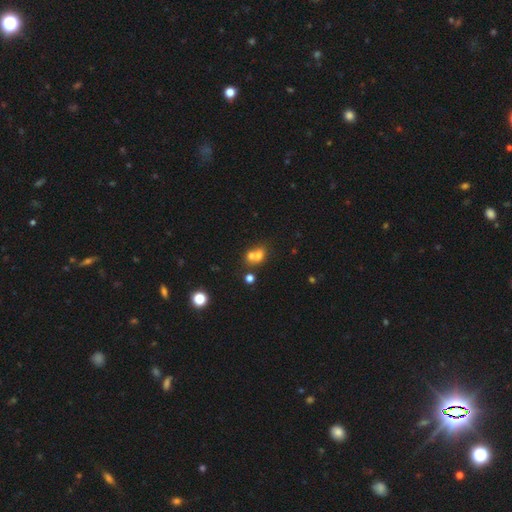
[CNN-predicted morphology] Overall: smooth (65%). How rounded: round (63%; in between 36%). Merging: merger (63%; none 27%).